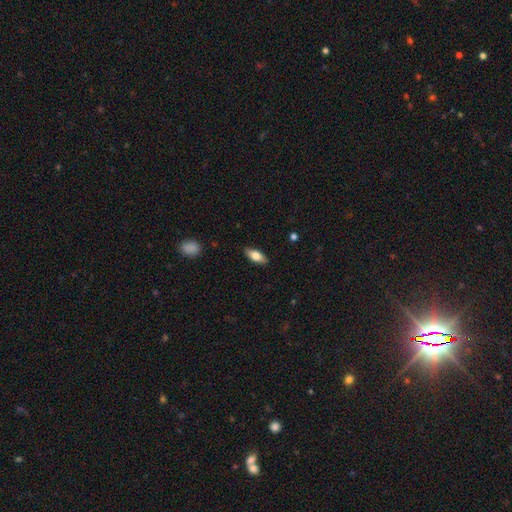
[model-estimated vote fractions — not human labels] The model was most divided on "smooth or featured": smooth: 75%, featured or disk: 18%, star or artifact: 7%. More confident: merging — none (87%); how rounded — in between (80%).